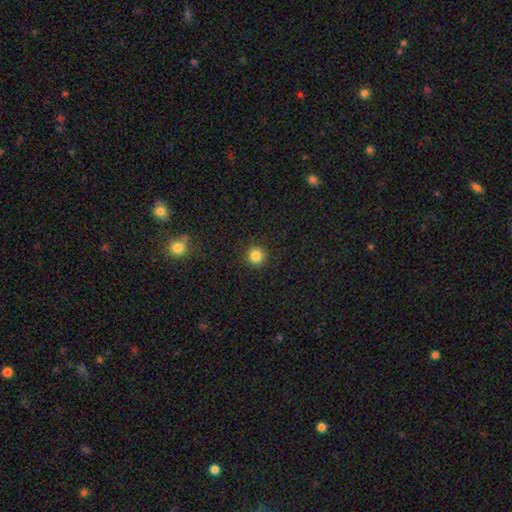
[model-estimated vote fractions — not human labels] smooth_or_featured: smooth (p=0.84) [alt: star or artifact p=0.12]
how_rounded: round (p=0.95) [alt: in between p=0.04]
merging: none (p=0.93) [alt: minor disturbance p=0.04]